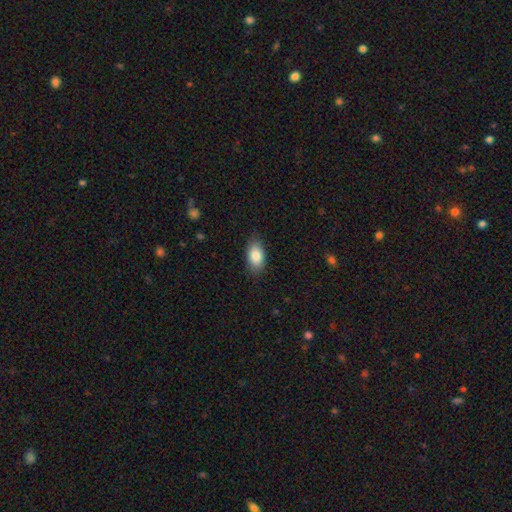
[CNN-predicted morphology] type=smooth (85%); roundness=in between (92%); merging=none (84%).